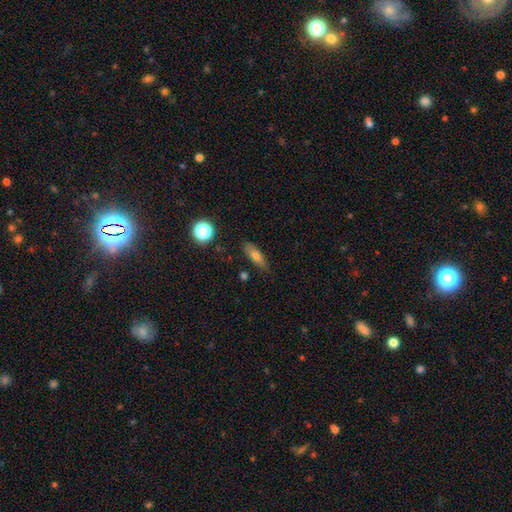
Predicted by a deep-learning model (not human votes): Q: Smooth or featured?
A: smooth (69%); runner-up: featured or disk (21%)
Q: How rounded?
A: in between (50%); runner-up: cigar-shaped (45%)
Q: Merging?
A: none (81%); runner-up: minor disturbance (14%)